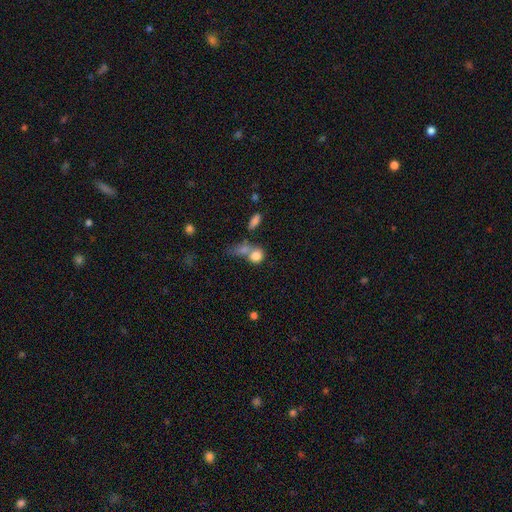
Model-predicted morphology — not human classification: A smooth galaxy with no disk features (81%) that is round (73%).

Vote fractions:
- Smooth or featured? smooth: 81% / featured or disk: 10% / star or artifact: 9%
- How rounded? round: 73% / in between: 25% / cigar-shaped: 3%
- Merging? merger: 46% / none: 35% / minor disturbance: 10% / major disturbance: 8%